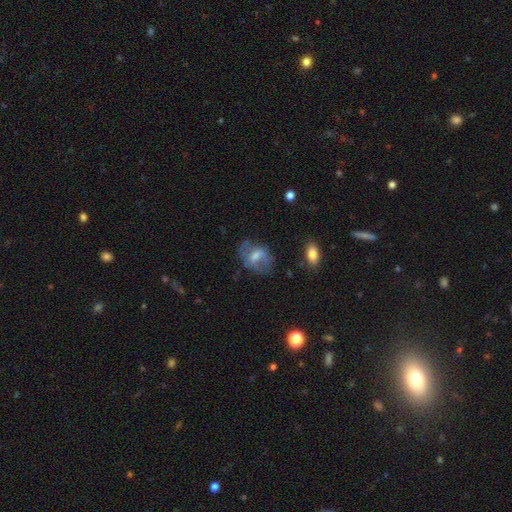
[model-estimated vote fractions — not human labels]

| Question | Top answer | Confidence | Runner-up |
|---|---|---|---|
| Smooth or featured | smooth | 47% | featured or disk (43%) |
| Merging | none | 54% | minor disturbance (25%) |